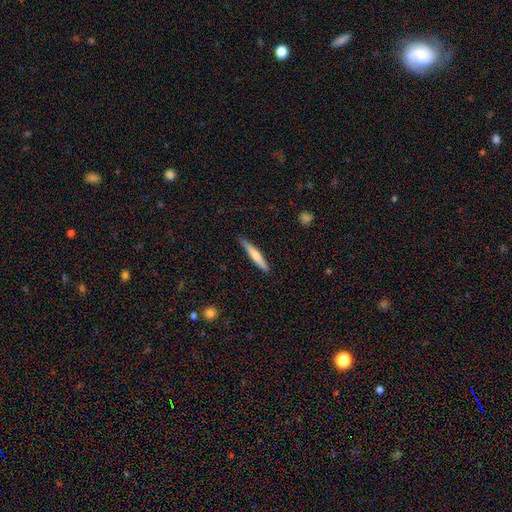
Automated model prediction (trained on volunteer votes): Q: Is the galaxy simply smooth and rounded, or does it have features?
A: smooth — 62%.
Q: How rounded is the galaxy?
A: cigar-shaped — 94%.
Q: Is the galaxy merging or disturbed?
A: none — 85%.